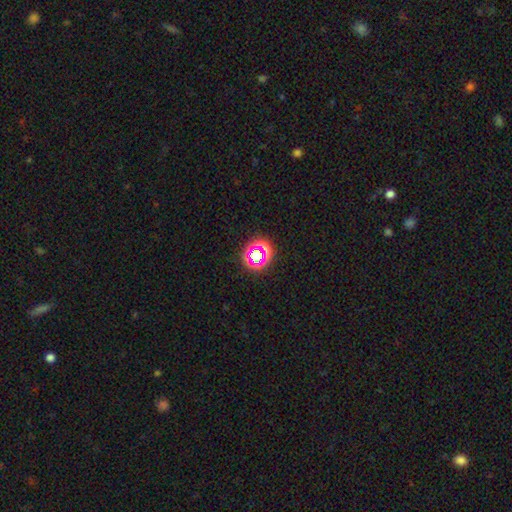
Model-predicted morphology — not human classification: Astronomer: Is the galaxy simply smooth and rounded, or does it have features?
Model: star or artifact — 58%.